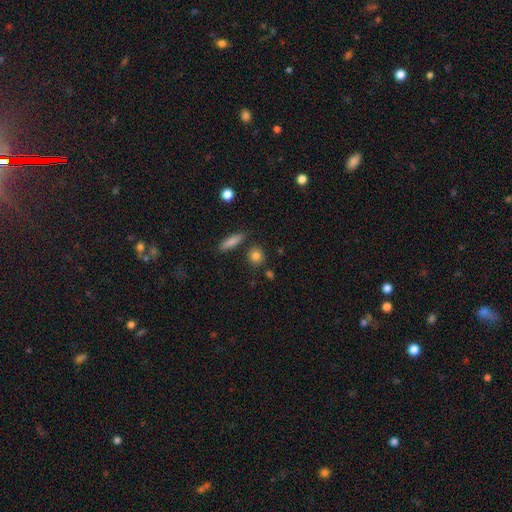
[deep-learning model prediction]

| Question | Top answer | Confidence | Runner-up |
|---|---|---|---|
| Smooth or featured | smooth | 84% | star or artifact (9%) |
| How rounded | round | 76% | in between (20%) |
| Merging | none | 82% | minor disturbance (9%) |